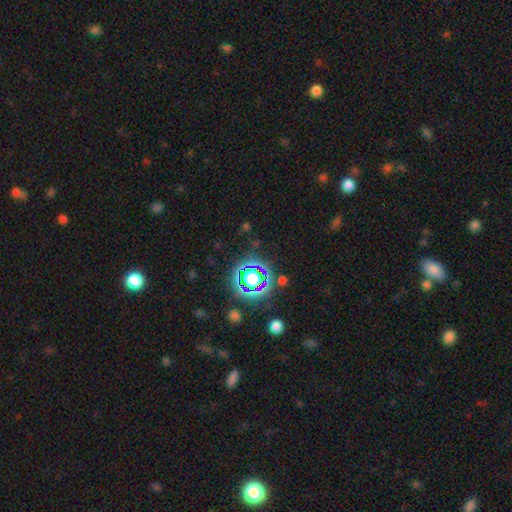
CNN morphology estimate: Overall: star or artifact (76%).